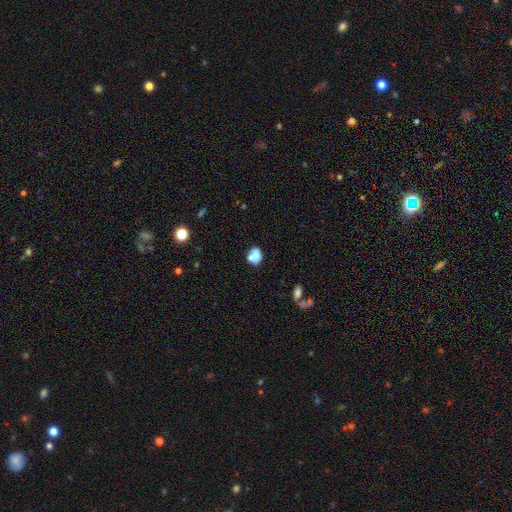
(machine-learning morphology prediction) smooth 69%, featured or disk 19%, star or artifact 12%. Down the decision tree: how rounded — in between (55%); merging — none (41%).